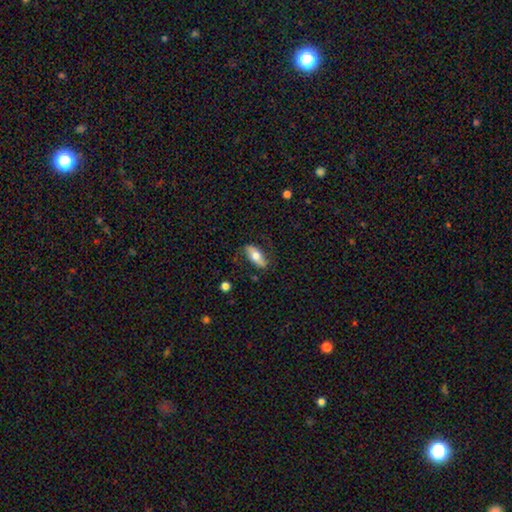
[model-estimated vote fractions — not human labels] Smooth or featured? smooth (61%)
How rounded? in between (74%)
Merging? none (78%)